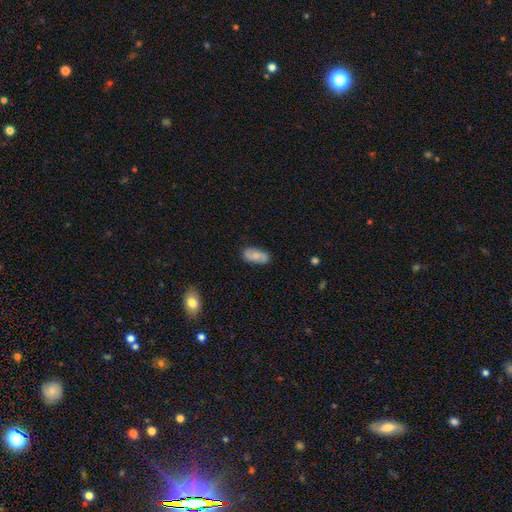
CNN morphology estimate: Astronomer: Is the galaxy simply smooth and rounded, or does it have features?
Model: smooth — 68%.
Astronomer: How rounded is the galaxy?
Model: in between — 89%.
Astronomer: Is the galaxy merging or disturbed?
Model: none — 80%.